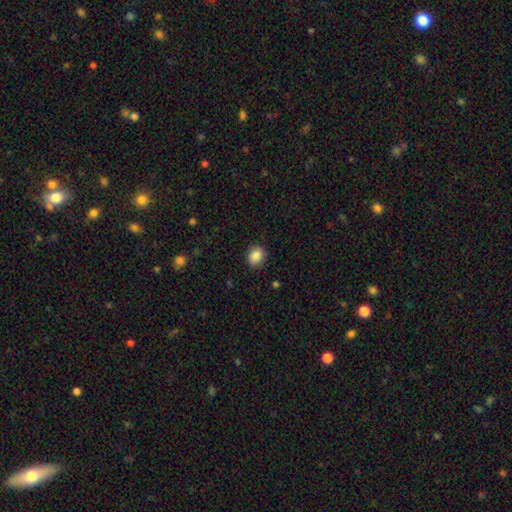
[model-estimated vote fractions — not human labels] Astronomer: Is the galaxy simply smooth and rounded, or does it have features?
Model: smooth — 88%.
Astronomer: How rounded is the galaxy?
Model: round — 57% (runner-up: in between, 42%).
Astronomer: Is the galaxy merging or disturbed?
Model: none — 87%.